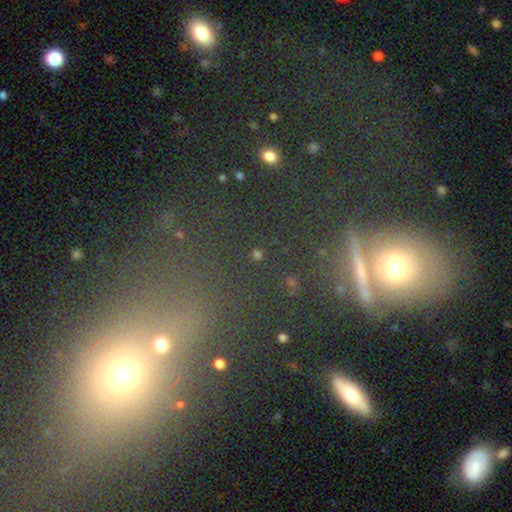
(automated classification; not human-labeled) Smooth or featured?
  - star or artifact: 44% *
  - smooth: 40%
  - featured or disk: 16%